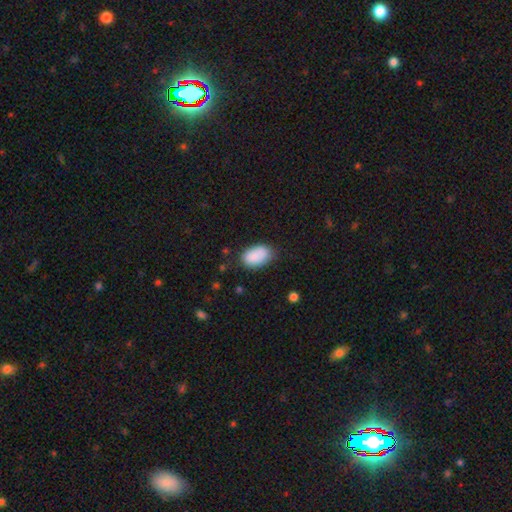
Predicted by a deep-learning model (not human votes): Smooth or featured? smooth (86%)
How rounded? in between (91%)
Merging? none (71%)